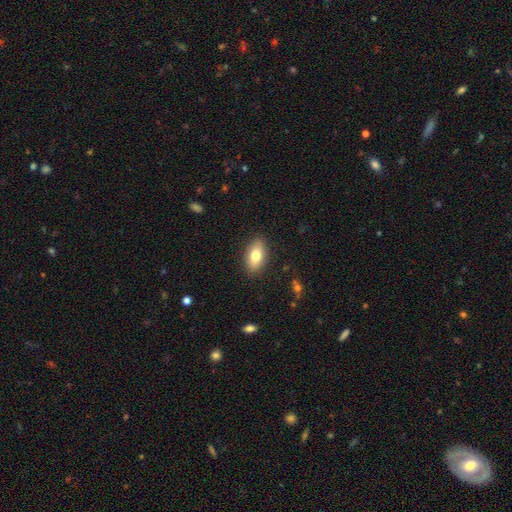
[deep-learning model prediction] Overall: smooth (77%). How rounded: in between (89%). Merging: none (88%).